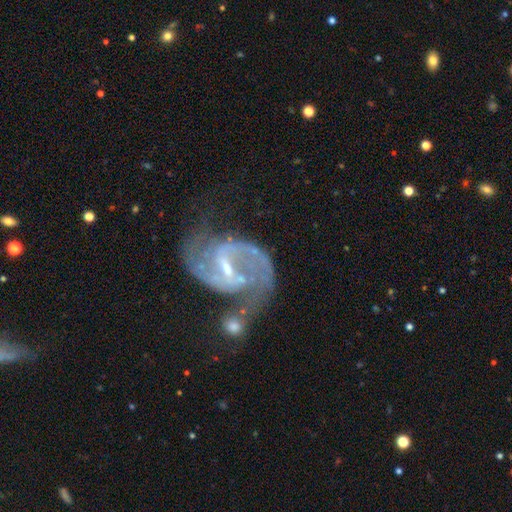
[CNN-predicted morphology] featured or disk 92%, star or artifact 5%, smooth 3%. Down the decision tree: edge-on disk — no (98%); bar — weak (52%); spiral arms — yes (97%); spiral arm count — 2 (92%); spiral winding — medium (56%); bulge size — small (62%); merging — none (44%).